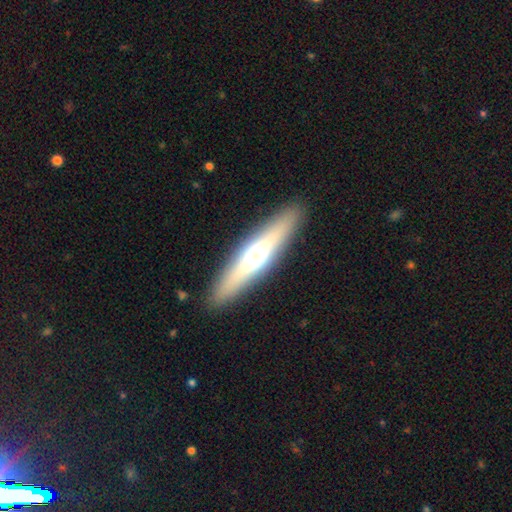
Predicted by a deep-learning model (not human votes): This appears to be a featured or disk galaxy (49%). Merging: none (89%).